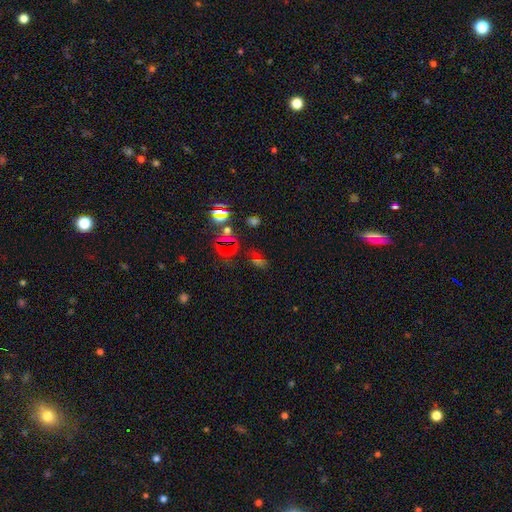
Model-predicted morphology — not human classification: Smooth or featured? star or artifact (59%)